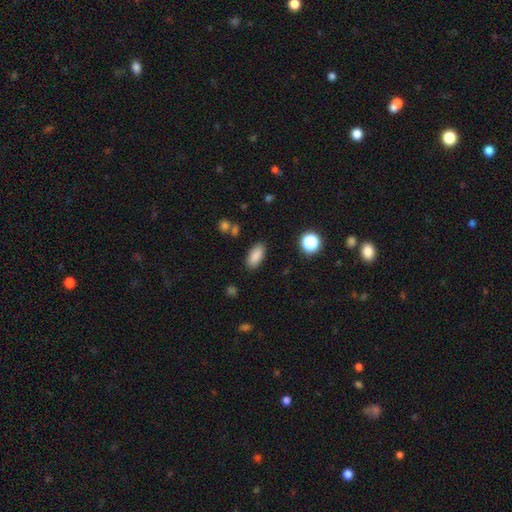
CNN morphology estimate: The model was most divided on "smooth or featured": smooth: 86%, star or artifact: 9%, featured or disk: 5%. More confident: how rounded — in between (88%); merging — none (87%).